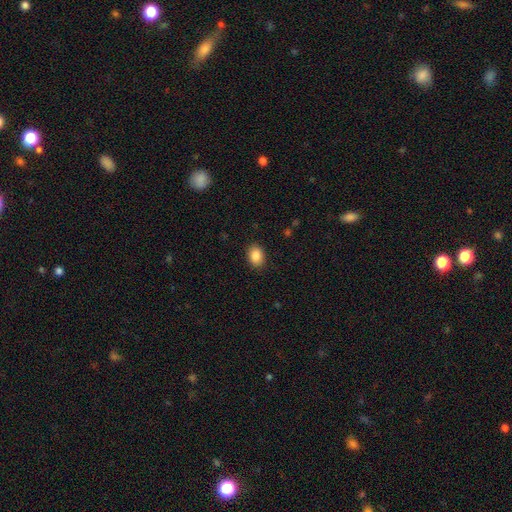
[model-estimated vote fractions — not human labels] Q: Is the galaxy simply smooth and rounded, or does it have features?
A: smooth — 88%.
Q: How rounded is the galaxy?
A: in between — 70%.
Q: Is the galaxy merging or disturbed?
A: none — 88%.